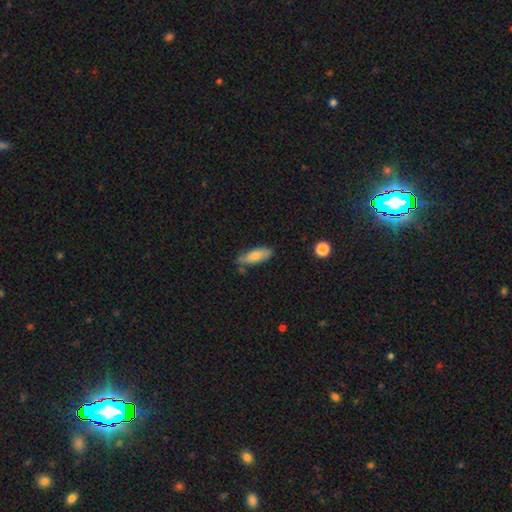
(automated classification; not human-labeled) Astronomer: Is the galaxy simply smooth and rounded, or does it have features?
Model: smooth — 77%.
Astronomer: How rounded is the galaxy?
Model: in between — 65%.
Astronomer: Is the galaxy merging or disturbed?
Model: none — 66%.